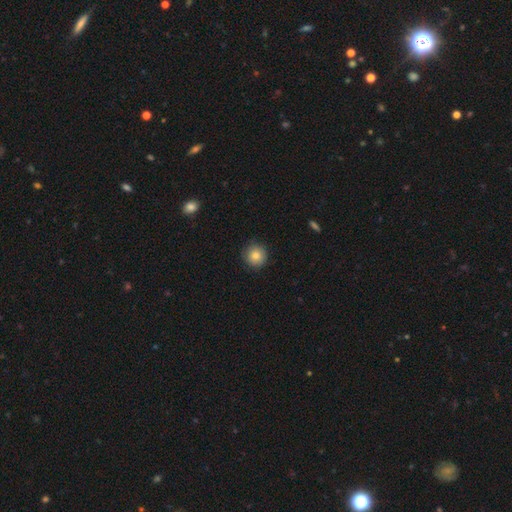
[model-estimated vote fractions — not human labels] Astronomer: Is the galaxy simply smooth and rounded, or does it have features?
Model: smooth — 83%.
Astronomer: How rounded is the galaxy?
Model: round — 94%.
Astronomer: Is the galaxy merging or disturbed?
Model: none — 89%.